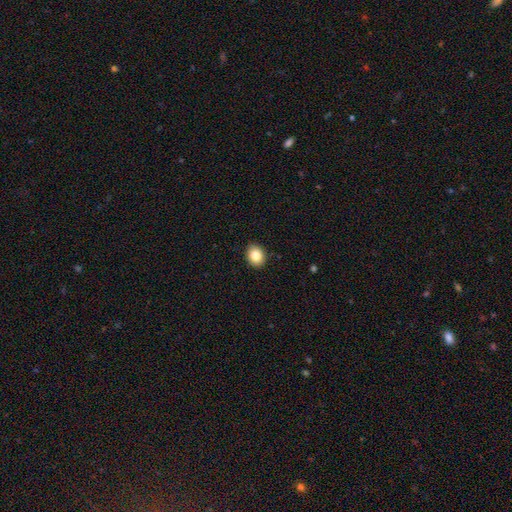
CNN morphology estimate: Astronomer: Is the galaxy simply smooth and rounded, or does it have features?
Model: smooth — 84%.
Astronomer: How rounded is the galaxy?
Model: round — 55% (runner-up: in between, 44%).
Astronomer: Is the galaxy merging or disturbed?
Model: none — 91%.